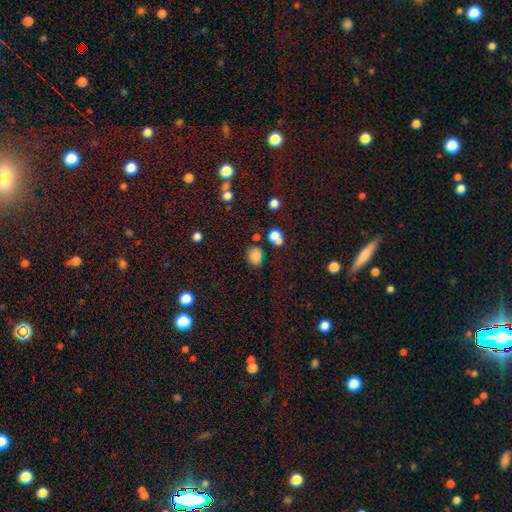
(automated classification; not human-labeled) Smooth or featured: smooth — 79% (star or artifact — 16%)
How rounded: in between — 58% (round — 41%)
Merging: none — 66% (minor disturbance — 18%)